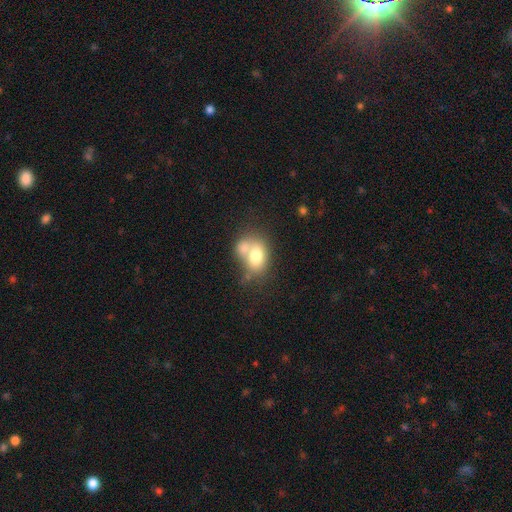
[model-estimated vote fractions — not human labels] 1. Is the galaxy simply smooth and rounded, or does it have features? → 71% smooth, 20% featured or disk, 9% star or artifact.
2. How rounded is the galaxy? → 69% in between, 30% round, 1% cigar-shaped.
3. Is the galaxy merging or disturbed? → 52% merger, 27% none, 13% minor disturbance, 8% major disturbance.